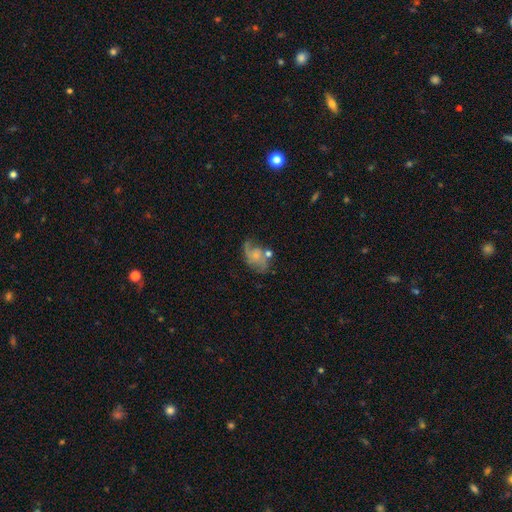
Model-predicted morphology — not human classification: smooth_or_featured: featured or disk (p=0.67) [alt: smooth p=0.24]
disk_edge_on: no (p=0.97) [alt: yes p=0.03]
bar: no (p=0.72) [alt: weak p=0.25]
has_spiral_arms: yes (p=0.86) [alt: no p=0.14]
spiral_winding: loose (p=0.45) [alt: medium p=0.40]
spiral_arm_count: 2 (p=0.70) [alt: can't tell p=0.13]
bulge_size: small (p=0.62) [alt: moderate p=0.21]
merging: none (p=0.45) [alt: minor disturbance p=0.23]